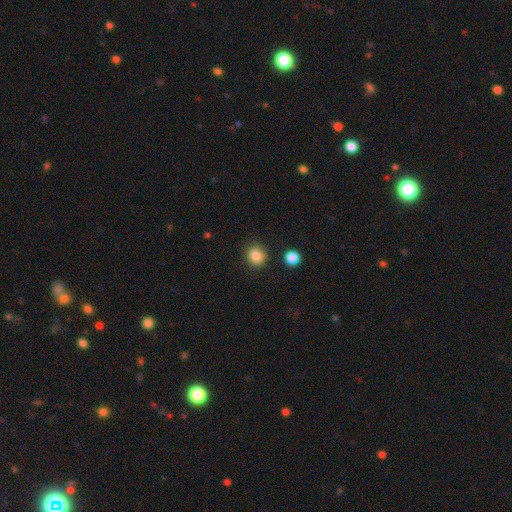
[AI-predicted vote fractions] smooth_or_featured: smooth (p=0.86) [alt: star or artifact p=0.10]
how_rounded: round (p=0.76) [alt: in between p=0.23]
merging: none (p=0.86) [alt: minor disturbance p=0.09]